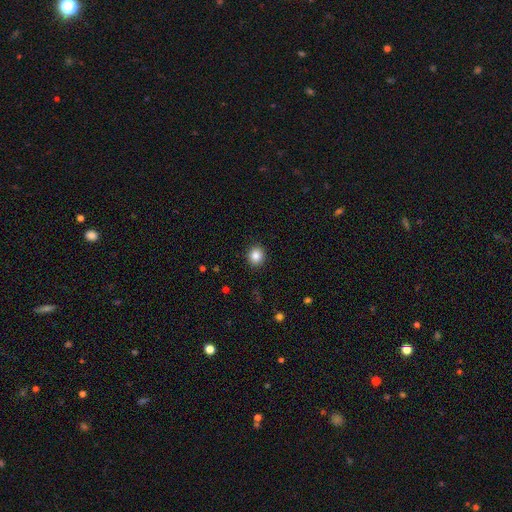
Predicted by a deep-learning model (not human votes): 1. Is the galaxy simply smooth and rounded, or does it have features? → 85% smooth, 10% star or artifact, 5% featured or disk.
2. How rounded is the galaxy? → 86% round, 13% in between, 1% cigar-shaped.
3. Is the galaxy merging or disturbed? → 92% none, 5% minor disturbance, 2% major disturbance, 1% merger.